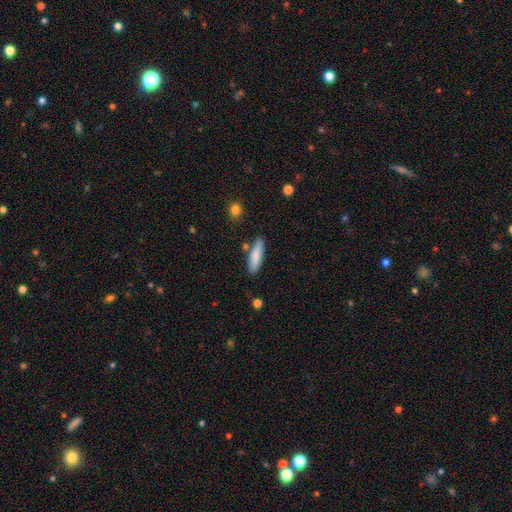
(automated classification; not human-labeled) Q: Smooth or featured?
A: smooth (83%); runner-up: featured or disk (11%)
Q: How rounded?
A: cigar-shaped (66%); runner-up: in between (32%)
Q: Merging?
A: none (81%); runner-up: minor disturbance (12%)